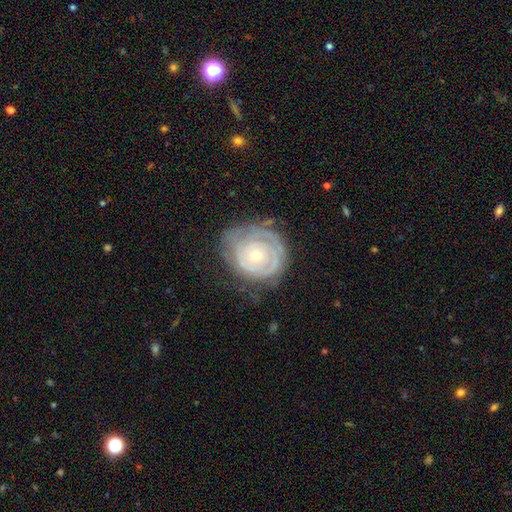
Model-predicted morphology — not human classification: smooth-or-featured: featured or disk: 73% | smooth: 21% | star or artifact: 6%
  disk-edge-on: no: 97% | yes: 3%
    bar: no: 87% | weak: 11% | strong: 3%
    has-spiral-arms: yes: 71% | no: 29%
      spiral-winding: tight: 81% | medium: 13% | loose: 6%
      spiral-arm-count: can't tell: 53% | 2: 17% | 1: 13% | 3: 9% | 4: 5% | more than 4: 4%
    bulge-size: small: 70% | moderate: 27% | large: 1% | none: 1% | dominant: 1%
  merging: none: 62% | minor disturbance: 23% | major disturbance: 13% | merger: 2%